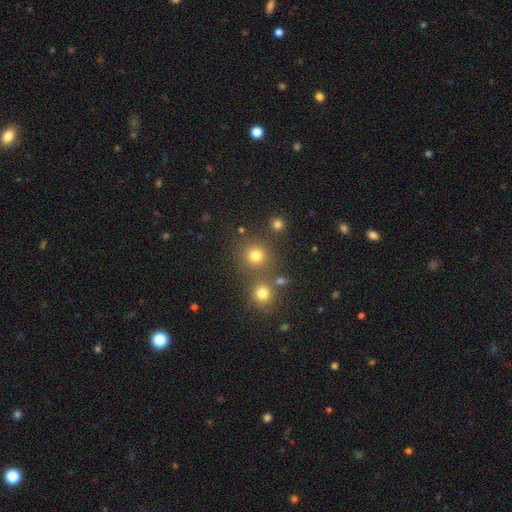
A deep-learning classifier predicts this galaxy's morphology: Smooth or featured? Predicted: smooth (p=0.77). How rounded? Predicted: round (p=0.91). Merging? Predicted: none (p=0.73).